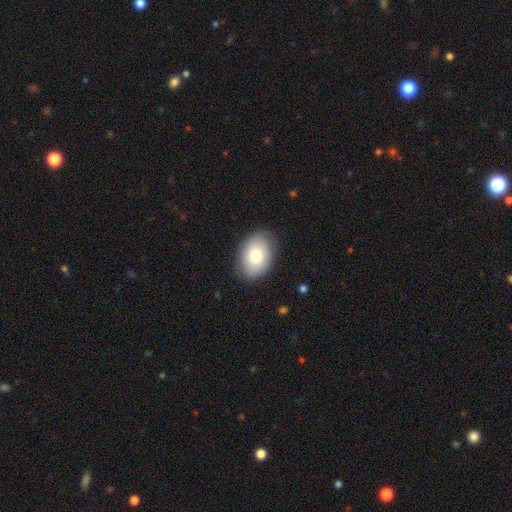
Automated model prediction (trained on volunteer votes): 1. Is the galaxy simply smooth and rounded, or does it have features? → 76% smooth, 17% featured or disk, 7% star or artifact.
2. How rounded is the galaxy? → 81% in between, 18% round, 1% cigar-shaped.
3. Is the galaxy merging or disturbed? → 83% none, 13% minor disturbance, 3% major disturbance, 1% merger.